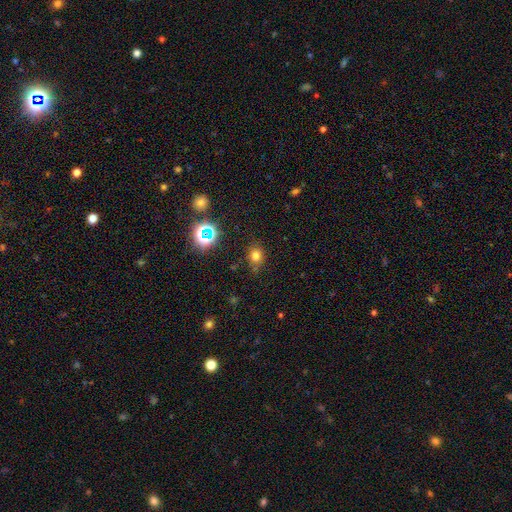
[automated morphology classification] Q: Smooth or featured?
A: smooth (71%); runner-up: star or artifact (21%)
Q: How rounded?
A: round (61%); runner-up: in between (38%)
Q: Merging?
A: none (77%); runner-up: minor disturbance (16%)